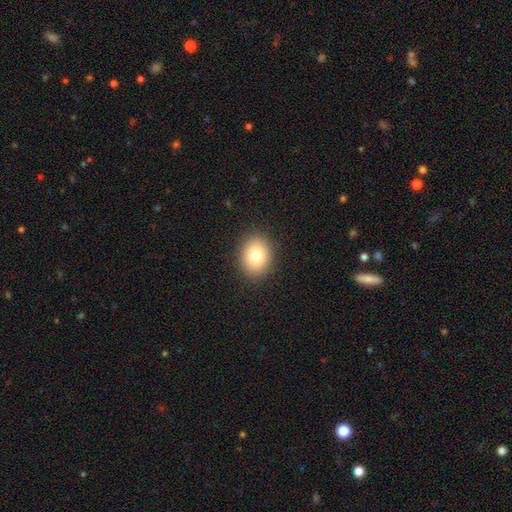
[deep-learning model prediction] A smooth galaxy with no disk features (79%) that is round (55%).

Vote fractions:
- Smooth or featured? smooth: 79% / star or artifact: 11% / featured or disk: 10%
- How rounded? round: 55% / in between: 45% / cigar-shaped: 1%
- Merging? none: 89% / minor disturbance: 7% / major disturbance: 2% / merger: 1%